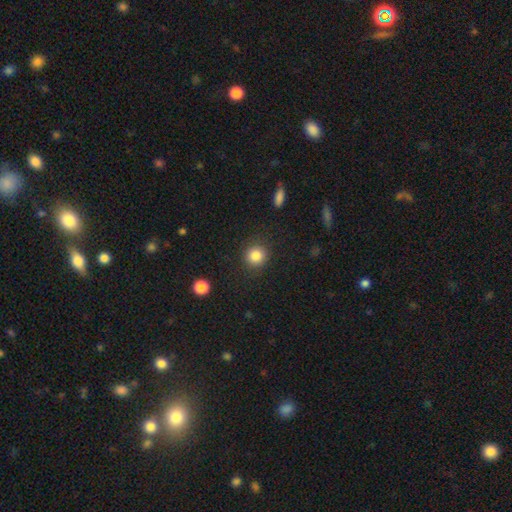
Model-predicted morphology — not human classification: Smooth or featured? smooth (85%)
How rounded? round (90%)
Merging? none (88%)